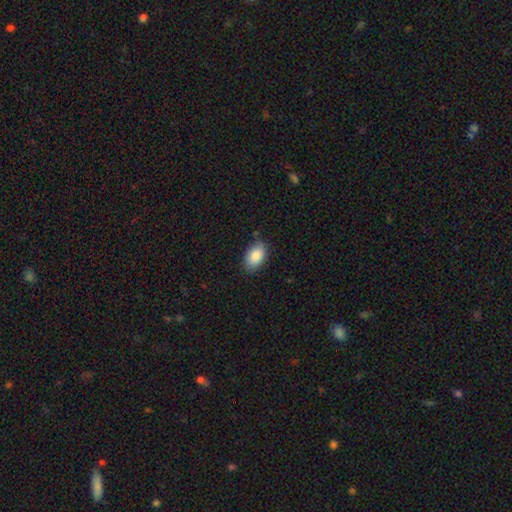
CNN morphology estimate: type=smooth (85%); roundness=in between (91%); merging=none (81%).